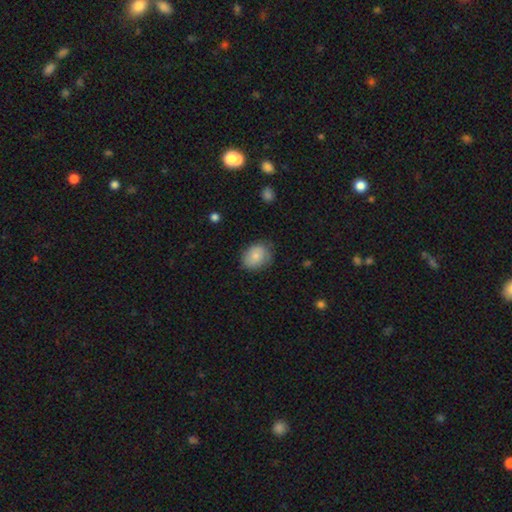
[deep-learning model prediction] This appears to be a smooth galaxy with no disk features (80%) that is in between round and cigar-shaped (56%). Merging: none (73%).